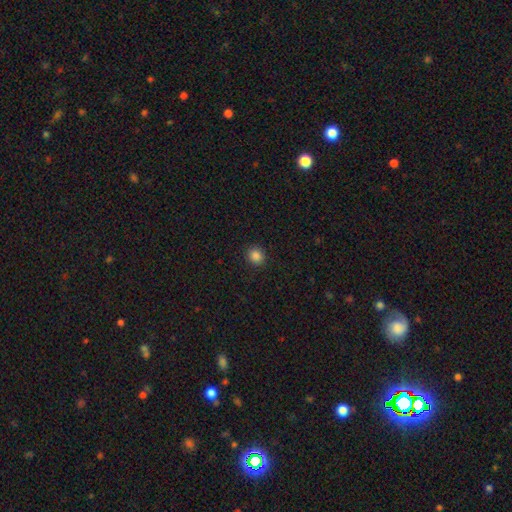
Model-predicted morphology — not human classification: Smooth or featured? smooth (85%)
How rounded? round (83%)
Merging? none (91%)